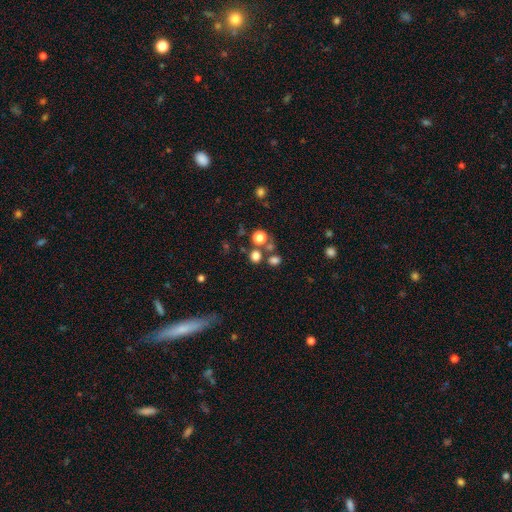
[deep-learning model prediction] Smooth or featured?
  - smooth: 74% *
  - star or artifact: 19%
  - featured or disk: 7%
How rounded?
  - round: 79% *
  - in between: 20%
  - cigar-shaped: 1%
Merging?
  - none: 66% *
  - merger: 21%
  - minor disturbance: 8%
  - major disturbance: 5%